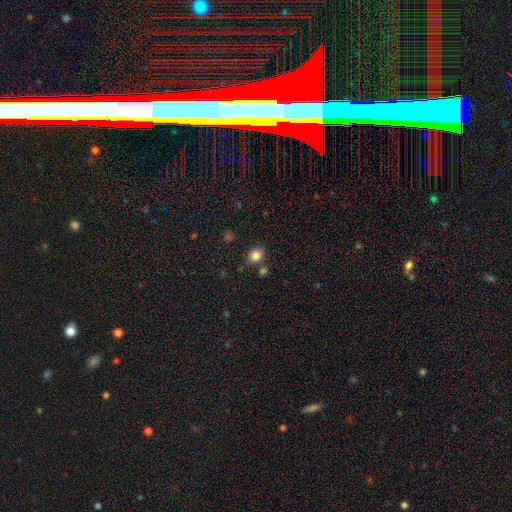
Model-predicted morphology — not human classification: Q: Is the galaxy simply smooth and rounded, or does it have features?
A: smooth — 84%.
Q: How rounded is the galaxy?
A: round — 55%.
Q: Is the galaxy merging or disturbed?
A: none — 75%.